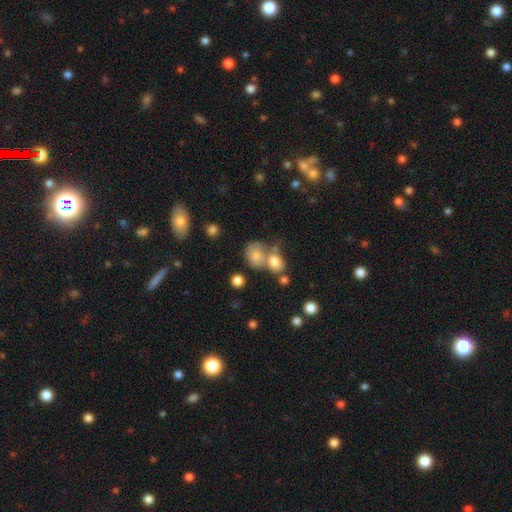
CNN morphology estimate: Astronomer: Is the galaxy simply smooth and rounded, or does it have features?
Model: smooth — 77%.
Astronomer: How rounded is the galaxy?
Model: in between — 50% (runner-up: round, 48%).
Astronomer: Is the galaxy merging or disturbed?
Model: merger — 44% (runner-up: none, 35%).